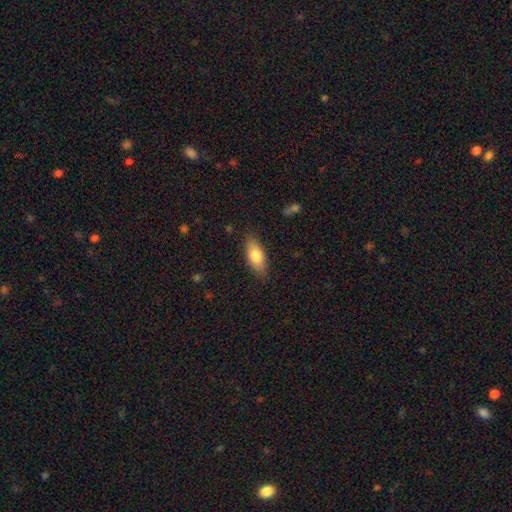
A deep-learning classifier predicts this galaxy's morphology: This is likely a smooth galaxy (77%). How rounded: clearly in between (81%). Merging: clearly none (84%).